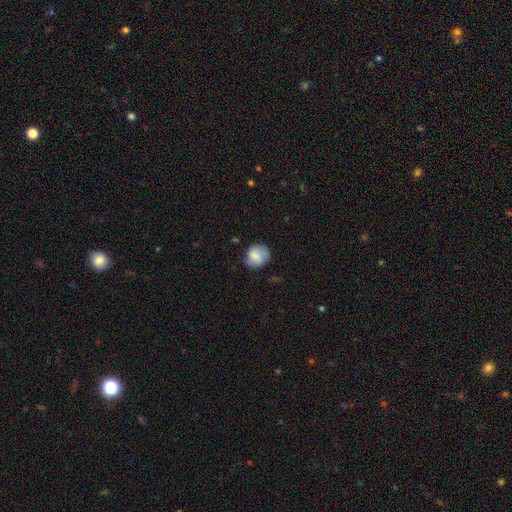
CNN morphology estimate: smooth-or-featured: smooth: 72% | featured or disk: 21% | star or artifact: 8%
  how-rounded: round: 72% | in between: 27% | cigar-shaped: 1%
  merging: none: 65% | minor disturbance: 25% | major disturbance: 8% | merger: 2%